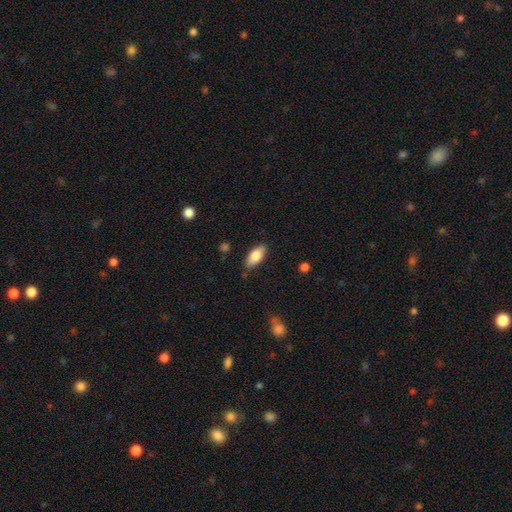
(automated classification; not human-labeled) smooth-or-featured: smooth: 79% | featured or disk: 15% | star or artifact: 6%
  how-rounded: in between: 84% | cigar-shaped: 13% | round: 2%
  merging: none: 84% | minor disturbance: 12% | major disturbance: 2% | merger: 2%